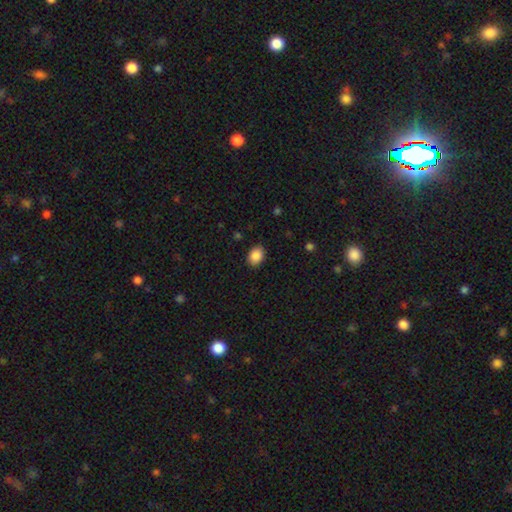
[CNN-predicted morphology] The model was most divided on "how rounded": in between: 71%, round: 28%, cigar-shaped: 1%. More confident: smooth or featured — smooth (89%); merging — none (88%).